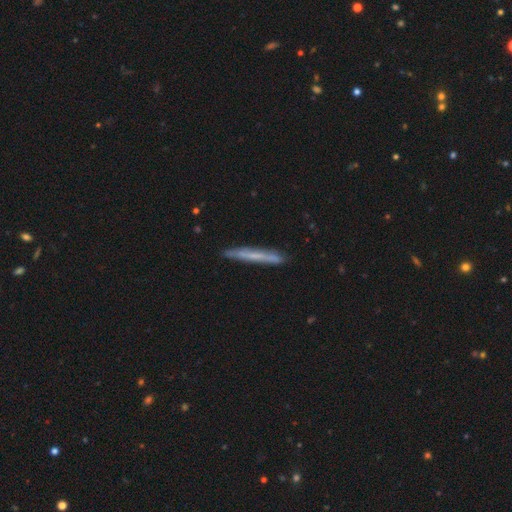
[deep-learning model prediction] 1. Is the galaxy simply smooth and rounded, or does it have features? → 52% smooth, 41% featured or disk, 7% star or artifact.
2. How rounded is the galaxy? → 97% cigar-shaped, 2% in between, 1% round.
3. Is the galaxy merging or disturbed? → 87% none, 10% minor disturbance, 2% major disturbance, 1% merger.